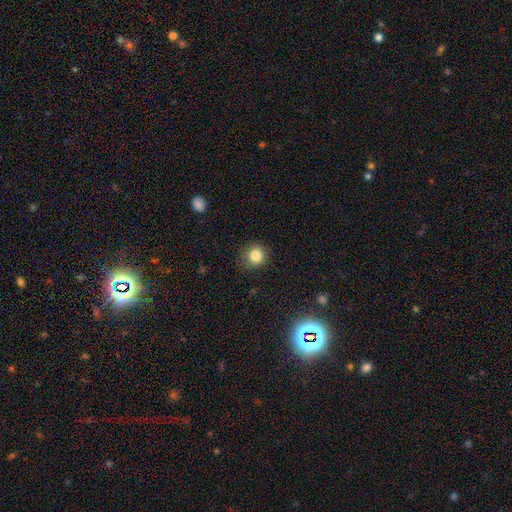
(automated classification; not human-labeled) Smooth or featured? Predicted: smooth (p=0.84). How rounded? Predicted: round (p=0.87). Merging? Predicted: none (p=0.85).